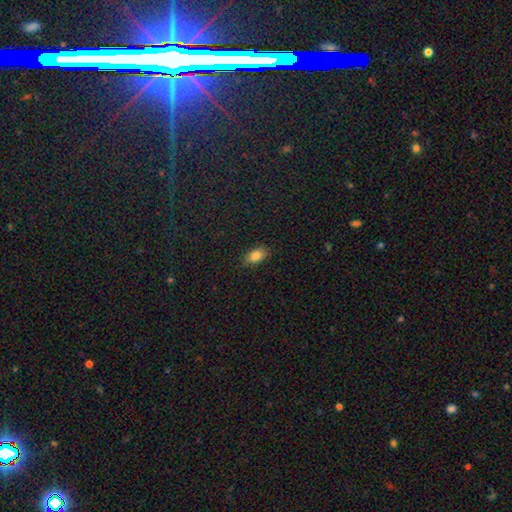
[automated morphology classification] type=smooth (85%); roundness=in between (89%); merging=none (85%).